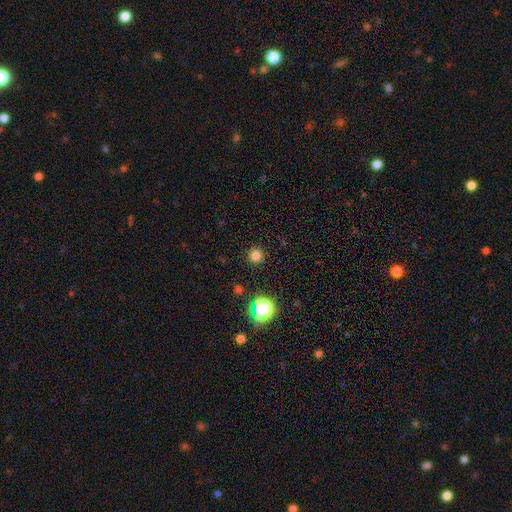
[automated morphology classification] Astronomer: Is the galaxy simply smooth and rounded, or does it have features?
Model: smooth — 78%.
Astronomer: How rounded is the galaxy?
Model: round — 96%.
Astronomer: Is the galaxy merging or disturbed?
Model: none — 91%.